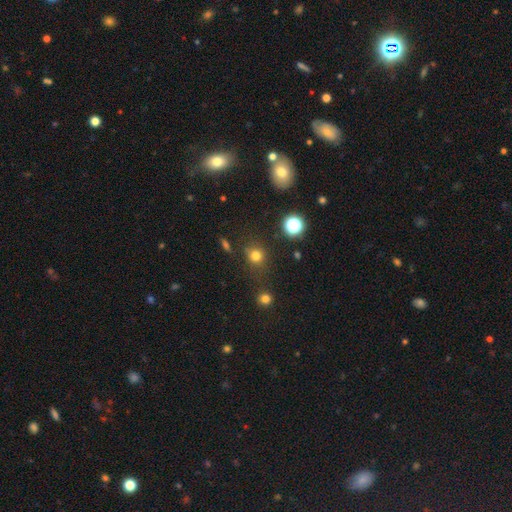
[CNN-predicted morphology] Q: Smooth or featured?
A: smooth (74%); runner-up: star or artifact (19%)
Q: How rounded?
A: round (85%); runner-up: in between (13%)
Q: Merging?
A: none (79%); runner-up: minor disturbance (12%)